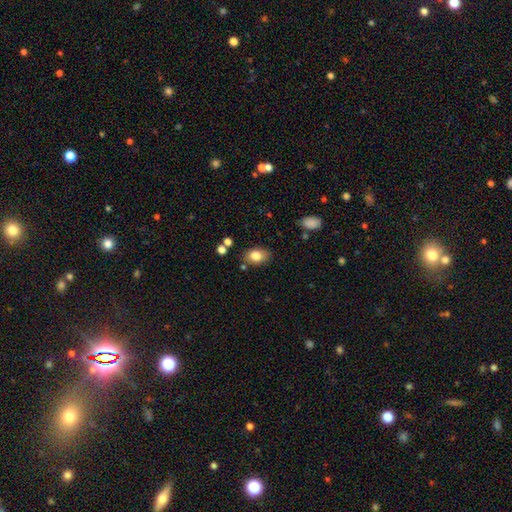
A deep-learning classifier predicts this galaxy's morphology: Smooth or featured?
  - smooth: 80% *
  - featured or disk: 11%
  - star or artifact: 9%
How rounded?
  - in between: 83% *
  - round: 16%
  - cigar-shaped: 1%
Merging?
  - none: 80% *
  - minor disturbance: 13%
  - merger: 4%
  - major disturbance: 3%